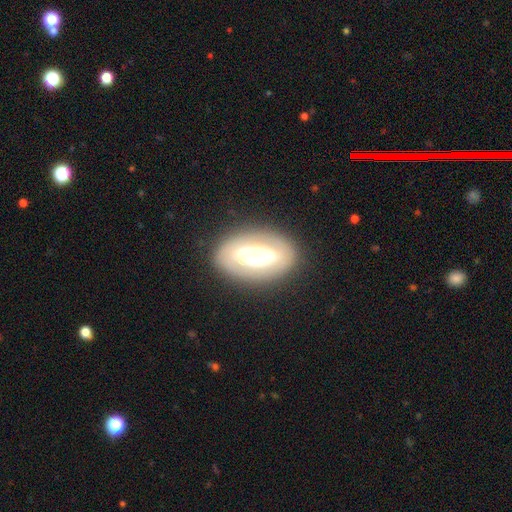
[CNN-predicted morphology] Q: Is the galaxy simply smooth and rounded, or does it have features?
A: featured or disk — 62%.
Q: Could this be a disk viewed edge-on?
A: no — 91%.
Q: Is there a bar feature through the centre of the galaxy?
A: no — 45%.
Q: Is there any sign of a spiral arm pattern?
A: no — 67%.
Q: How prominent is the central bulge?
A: moderate — 44%.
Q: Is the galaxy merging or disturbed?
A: none — 81%.